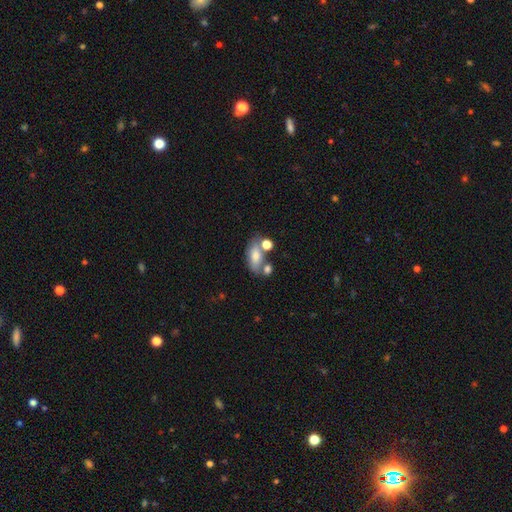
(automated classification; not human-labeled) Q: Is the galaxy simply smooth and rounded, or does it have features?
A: smooth — 73%.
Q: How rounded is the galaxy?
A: in between — 85%.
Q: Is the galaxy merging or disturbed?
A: none — 47%.